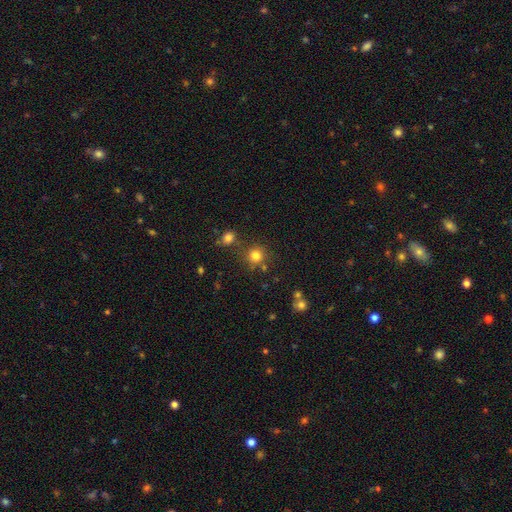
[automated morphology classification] The model was most divided on "smooth or featured": smooth: 79%, star or artifact: 14%, featured or disk: 6%. More confident: how rounded — round (92%); merging — none (76%).